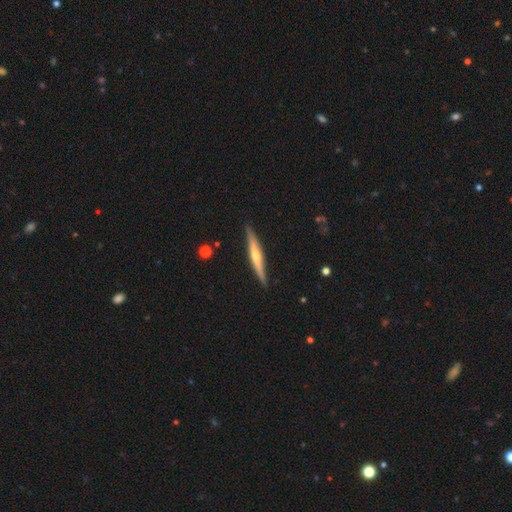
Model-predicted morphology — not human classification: This is likely a featured or disk galaxy (68%). It is clearly viewed edge-on (97%). Edge-on bulge: likely rounded (77%). Merging: clearly none (89%).